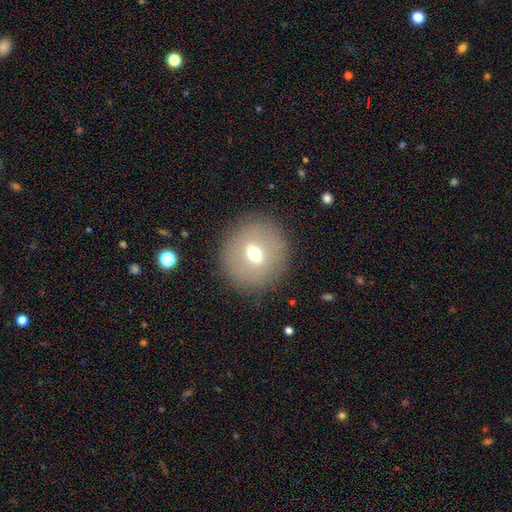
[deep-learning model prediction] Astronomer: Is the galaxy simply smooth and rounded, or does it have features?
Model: smooth — 56% (runner-up: featured or disk, 32%).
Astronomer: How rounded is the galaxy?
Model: round — 89%.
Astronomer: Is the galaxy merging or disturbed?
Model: none — 87%.